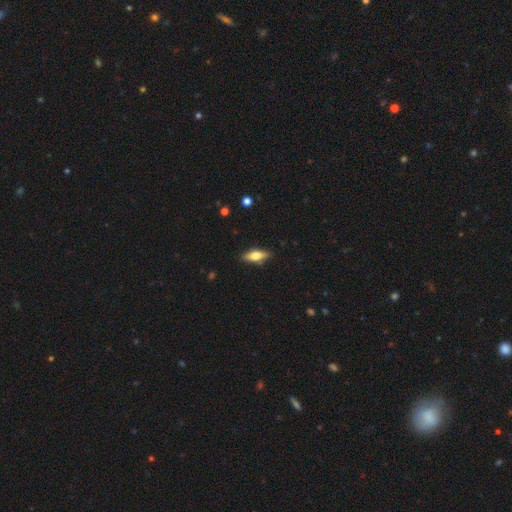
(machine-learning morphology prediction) Smooth or featured?
  - smooth: 58% *
  - featured or disk: 36%
  - star or artifact: 7%
How rounded?
  - in between: 62% *
  - cigar-shaped: 35%
  - round: 3%
Merging?
  - none: 86% *
  - minor disturbance: 11%
  - major disturbance: 2%
  - merger: 1%